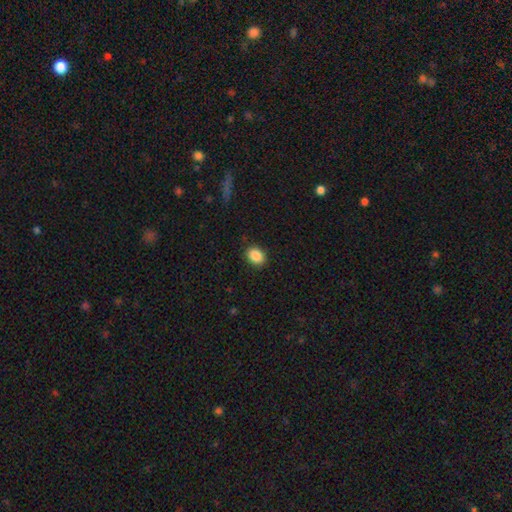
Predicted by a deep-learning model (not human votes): smooth 88%, star or artifact 8%, featured or disk 4%. Down the decision tree: how rounded — in between (63%); merging — none (89%).